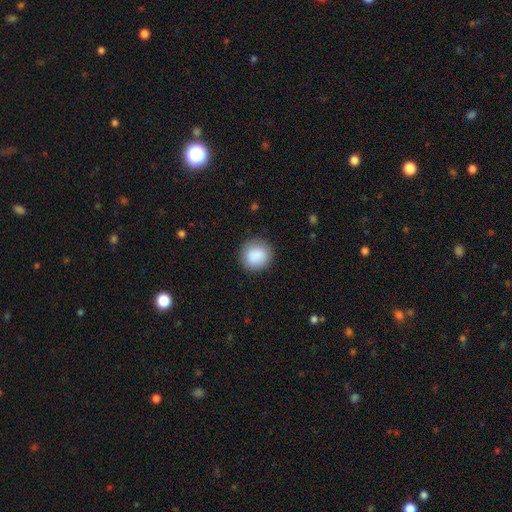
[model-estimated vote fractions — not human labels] A smooth galaxy with no disk features (88%) that is round (88%). Merging: none (87%).